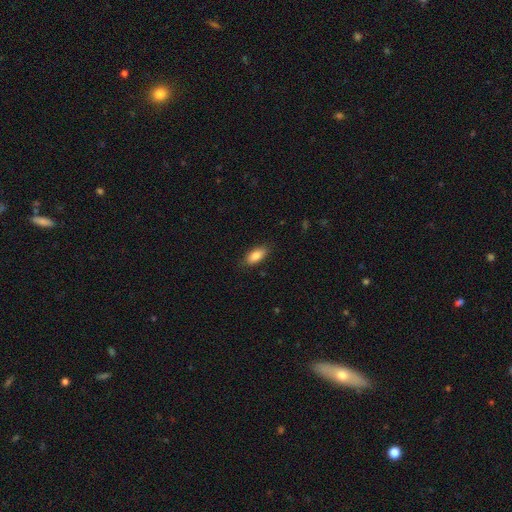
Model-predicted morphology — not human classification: smooth-or-featured: smooth: 85% | featured or disk: 8% | star or artifact: 7%
  how-rounded: in between: 86% | cigar-shaped: 12% | round: 2%
  merging: none: 84% | minor disturbance: 12% | major disturbance: 3% | merger: 1%